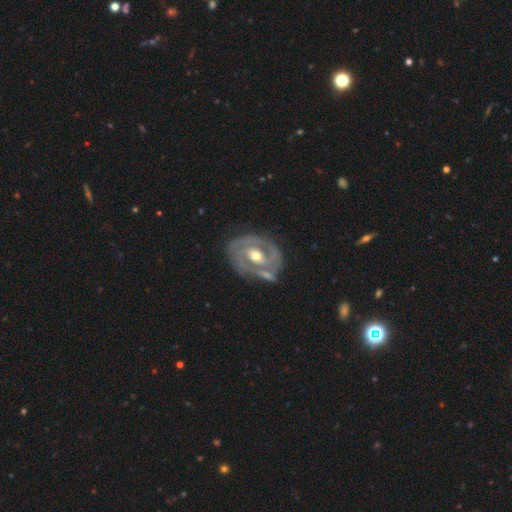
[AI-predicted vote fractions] This appears to be a featured or disk galaxy (86%) with a weak bar (41%), 2 (67%) tight (68%) spiral arms (89%) and a moderate central bulge (74%). Merging: none (65%).